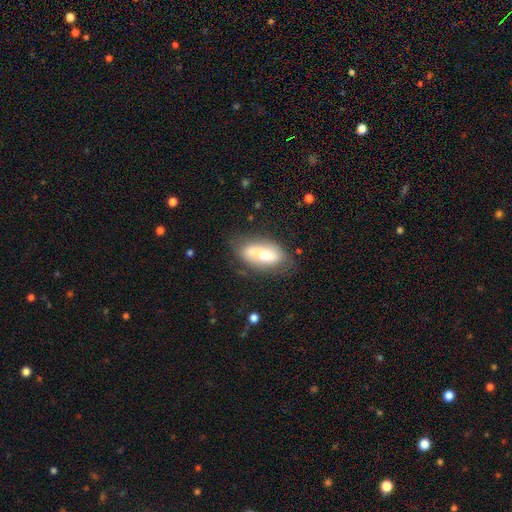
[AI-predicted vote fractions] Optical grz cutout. It shows a smooth galaxy with no disk features (51%) that is in between round and cigar-shaped (83%). Merging: none (65%).